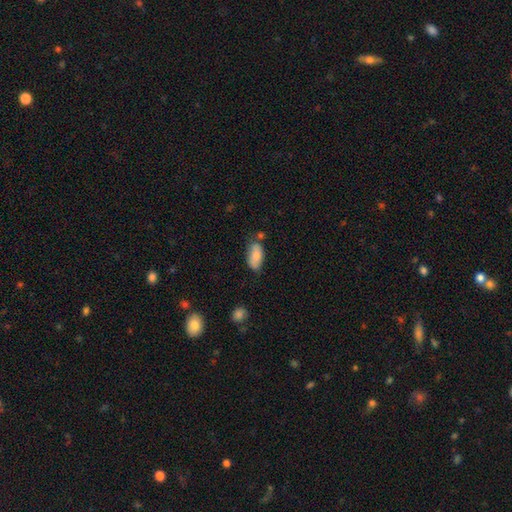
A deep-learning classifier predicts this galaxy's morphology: Smooth or featured? smooth (81%)
How rounded? in between (91%)
Merging? none (64%)